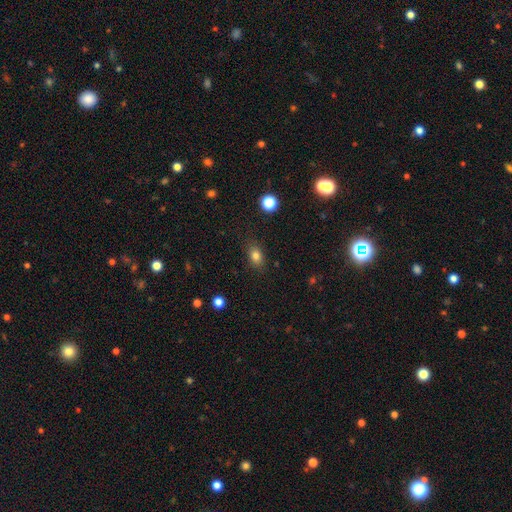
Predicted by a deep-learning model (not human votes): Smooth or featured?
  - smooth: 81% *
  - star or artifact: 11%
  - featured or disk: 8%
How rounded?
  - in between: 75% *
  - round: 23%
  - cigar-shaped: 2%
Merging?
  - none: 84% *
  - minor disturbance: 12%
  - major disturbance: 3%
  - merger: 1%